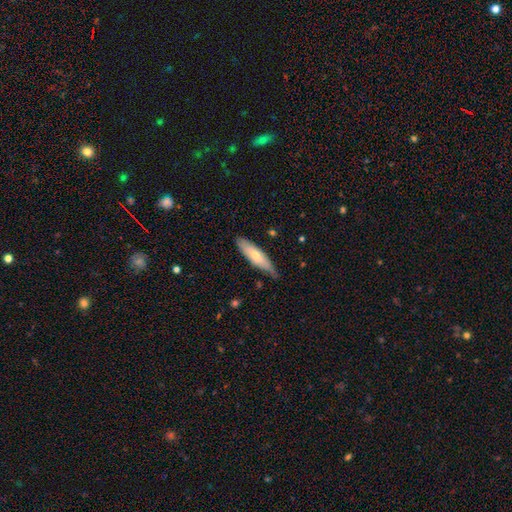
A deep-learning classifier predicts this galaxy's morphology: Smooth or featured? Predicted: smooth (p=0.63). How rounded? Predicted: cigar-shaped (p=0.65). Merging? Predicted: none (p=0.75).